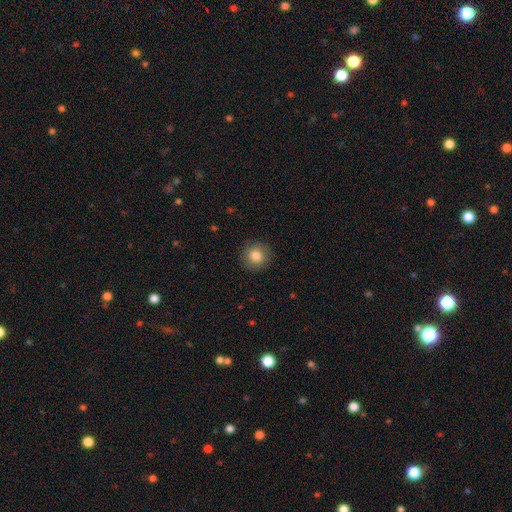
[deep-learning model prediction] Smooth or featured? smooth (84%)
How rounded? round (91%)
Merging? none (88%)